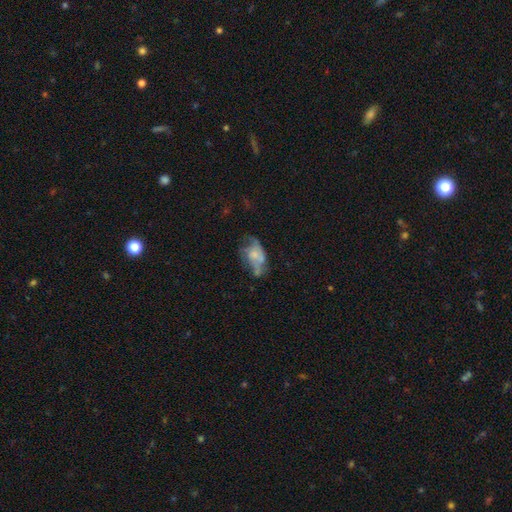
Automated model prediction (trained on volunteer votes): Morphology: type=featured or disk (51%); edge-on=no (96%); merging=major disturbance (32%).